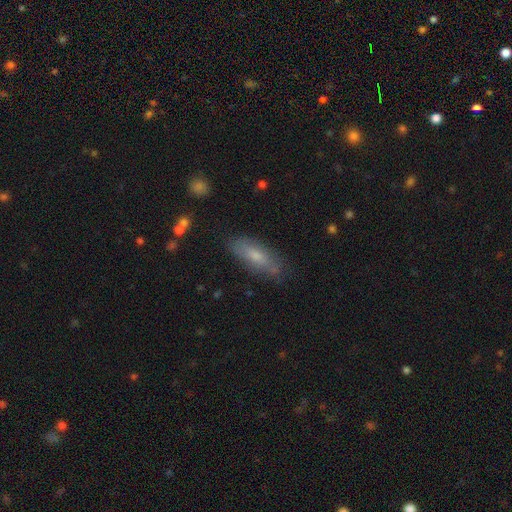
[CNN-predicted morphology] Smooth or featured? smooth (65%)
How rounded? in between (58%)
Merging? none (77%)